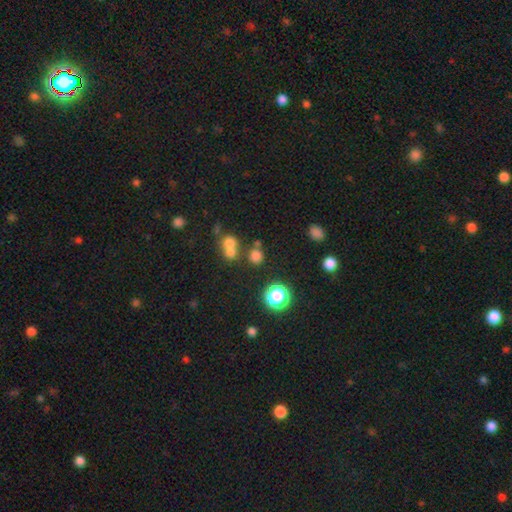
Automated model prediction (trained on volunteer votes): smooth 72%, star or artifact 20%, featured or disk 8%. Down the decision tree: how rounded — round (84%); merging — none (59%).